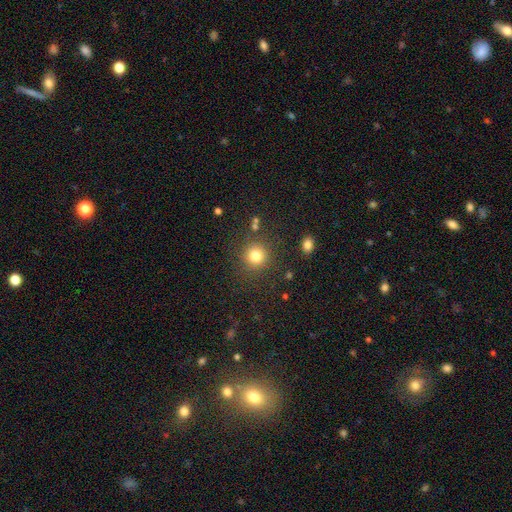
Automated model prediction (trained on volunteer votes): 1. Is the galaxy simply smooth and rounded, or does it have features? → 80% smooth, 13% star or artifact, 6% featured or disk.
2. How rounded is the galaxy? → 93% round, 6% in between, 1% cigar-shaped.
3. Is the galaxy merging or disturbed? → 85% none, 8% minor disturbance, 4% major disturbance, 3% merger.